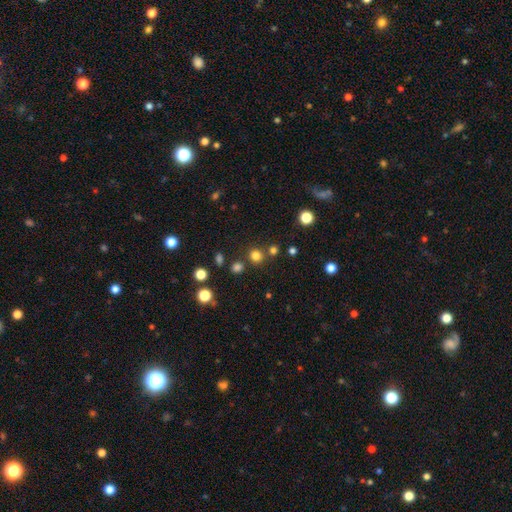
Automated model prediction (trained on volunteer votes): A smooth galaxy with no disk features (76%) that is round (91%).

Vote fractions:
- Smooth or featured? smooth: 76% / star or artifact: 19% / featured or disk: 5%
- How rounded? round: 91% / in between: 8% / cigar-shaped: 1%
- Merging? none: 80% / merger: 10% / minor disturbance: 7% / major disturbance: 3%